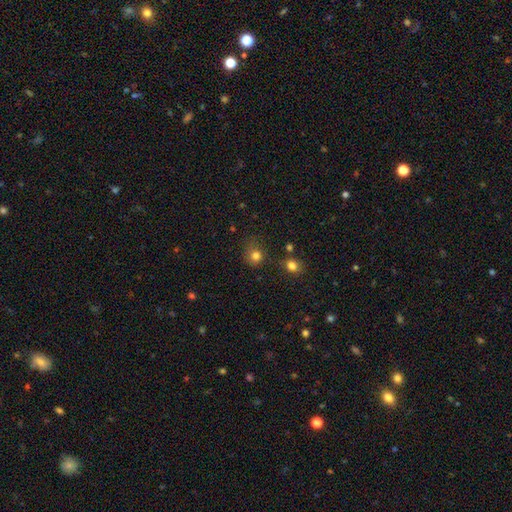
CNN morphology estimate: The model was most divided on "merging": none: 64%, minor disturbance: 21%, major disturbance: 9%, merger: 5%. More confident: how rounded — round (82%); smooth or featured — smooth (79%).